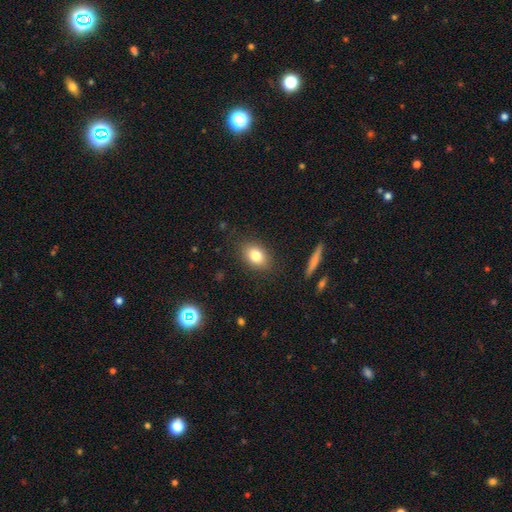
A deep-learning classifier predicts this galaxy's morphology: This is clearly a smooth galaxy (80%). How rounded: likely in between (75%). Merging: clearly none (85%).